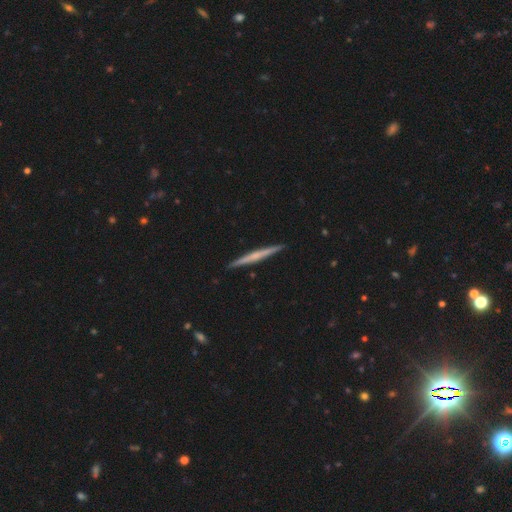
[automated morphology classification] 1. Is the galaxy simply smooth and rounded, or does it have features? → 59% featured or disk, 36% smooth, 5% star or artifact.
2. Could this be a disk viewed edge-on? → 98% yes, 2% no.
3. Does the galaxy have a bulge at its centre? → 59% none, 31% rounded, 9% boxy.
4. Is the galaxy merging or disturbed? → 92% none, 5% minor disturbance, 1% major disturbance, 1% merger.